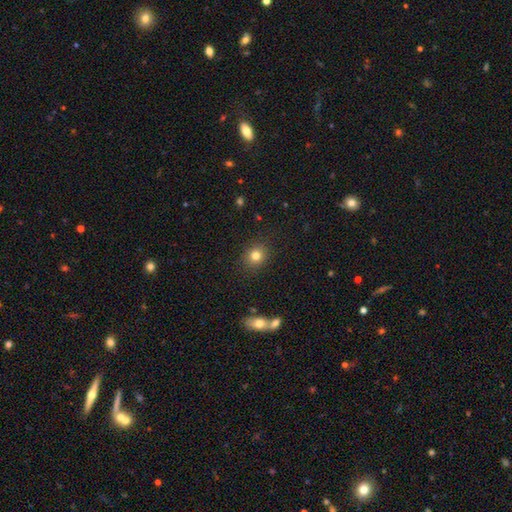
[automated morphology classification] smooth_or_featured: smooth (p=0.79) [alt: star or artifact p=0.13]
how_rounded: round (p=0.77) [alt: in between p=0.22]
merging: none (p=0.88) [alt: minor disturbance p=0.07]